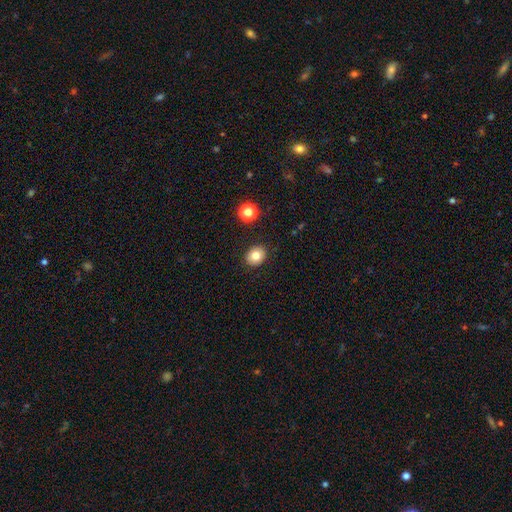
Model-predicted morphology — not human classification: Overall: smooth (80%). How rounded: round (69%; in between 31%). Merging: none (89%).